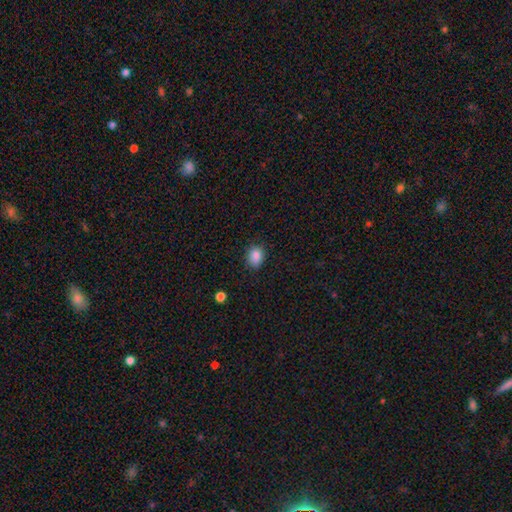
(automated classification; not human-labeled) Q: Smooth or featured?
A: smooth (86%); runner-up: star or artifact (9%)
Q: How rounded?
A: in between (55%); runner-up: round (44%)
Q: Merging?
A: none (82%); runner-up: minor disturbance (14%)